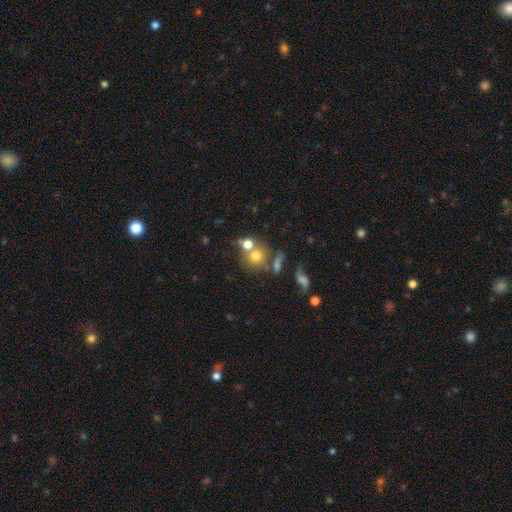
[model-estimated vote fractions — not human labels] This appears to be a smooth galaxy with no disk features (69%) that is round (84%). Merging: none (48%).